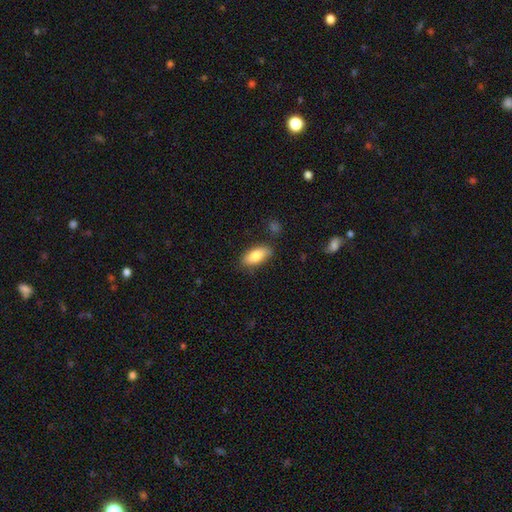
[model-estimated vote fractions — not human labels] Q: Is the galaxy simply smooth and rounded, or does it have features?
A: smooth — 83%.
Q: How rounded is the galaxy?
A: in between — 86%.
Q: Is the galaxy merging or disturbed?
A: none — 78%.